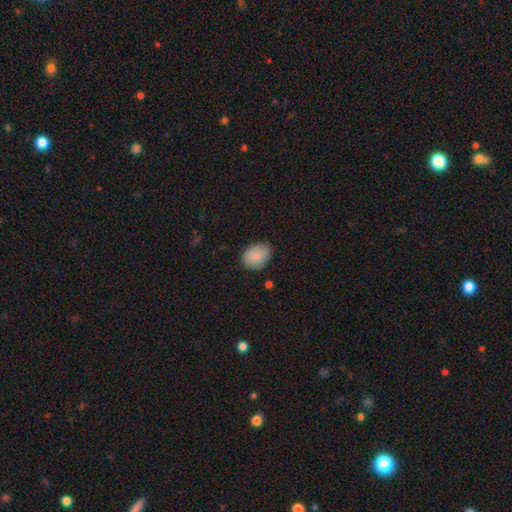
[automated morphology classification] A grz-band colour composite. It shows a smooth galaxy with no disk features (86%) that is in between round and cigar-shaped (72%). Merging: none (73%).